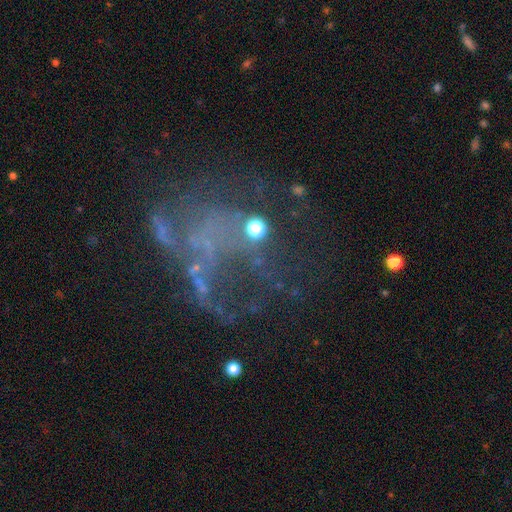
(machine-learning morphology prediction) Overall: featured or disk (60%; star or artifact 26%). Edge-on disk: no (98%). Bar: no (91%). Spiral arms: no (84%). Bulge size: none (77%). Merging: major disturbance (44%; none 33%).